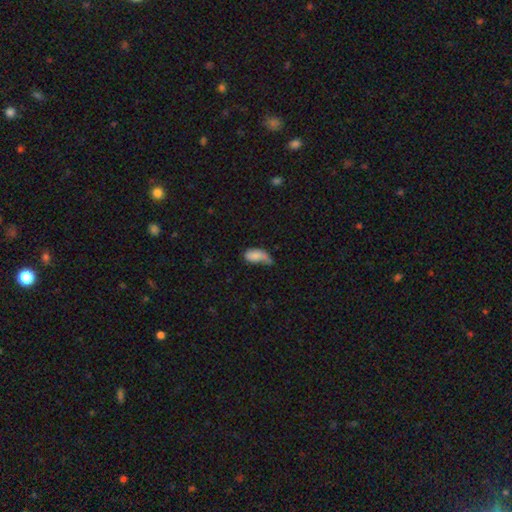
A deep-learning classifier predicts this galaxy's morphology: Overall: smooth (77%). How rounded: in between (91%). Merging: minor disturbance (36%; major disturbance 29%).